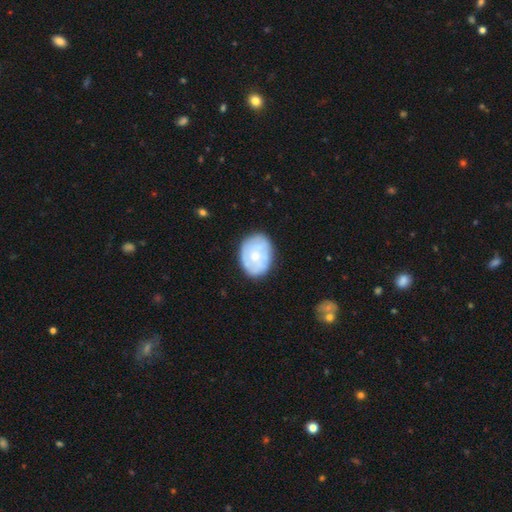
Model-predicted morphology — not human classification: Q: Smooth or featured?
A: smooth (49%); runner-up: featured or disk (45%)
Q: Merging?
A: none (74%); runner-up: minor disturbance (19%)